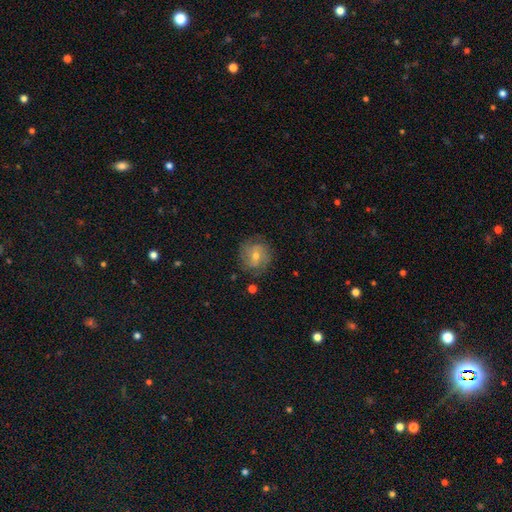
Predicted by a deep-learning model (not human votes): This appears to be a featured or disk galaxy (56%) with a weak bar (44%, tied with no), spiral arms (77%) and a small central bulge (49%). Merging: none (80%).